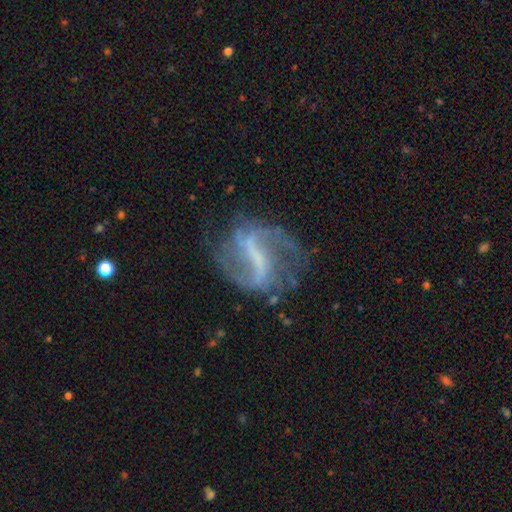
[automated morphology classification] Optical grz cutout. It shows a featured or disk galaxy (84%) with a strong bar (59%), 2 (79%) loose (59%) spiral arms (88%) and no central bulge (51%). Merging: none (64%).